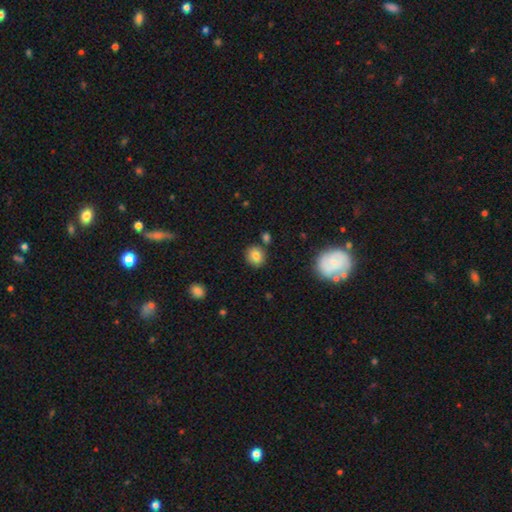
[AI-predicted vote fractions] Smooth or featured? smooth (80%)
How rounded? round (83%)
Merging? none (83%)